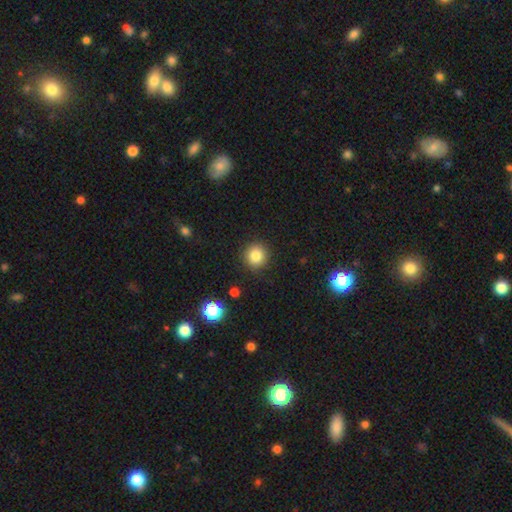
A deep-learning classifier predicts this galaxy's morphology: smooth_or_featured: smooth (p=0.83) [alt: star or artifact p=0.11]
how_rounded: round (p=0.93) [alt: in between p=0.07]
merging: none (p=0.90) [alt: minor disturbance p=0.06]